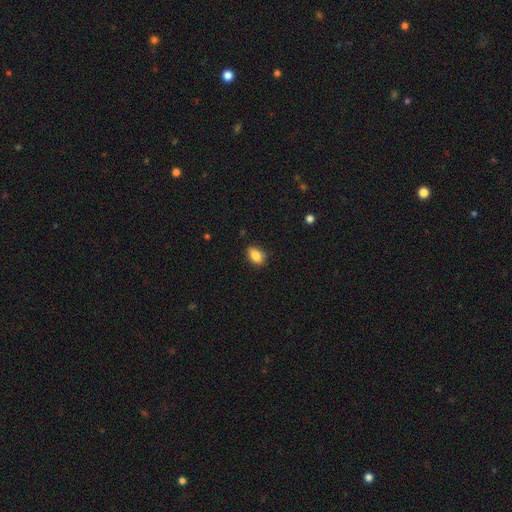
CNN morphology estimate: Smooth or featured? smooth (86%)
How rounded? in between (85%)
Merging? none (83%)